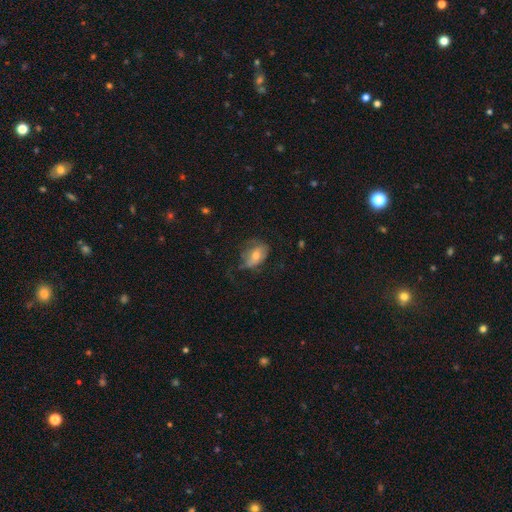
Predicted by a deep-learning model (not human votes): A smooth galaxy with no disk features (56%) that is in between round and cigar-shaped (82%).

Vote fractions:
- Smooth or featured? smooth: 56% / featured or disk: 34% / star or artifact: 10%
- How rounded? in between: 82% / round: 16% / cigar-shaped: 2%
- Merging? none: 44% / minor disturbance: 31% / major disturbance: 24% / merger: 2%